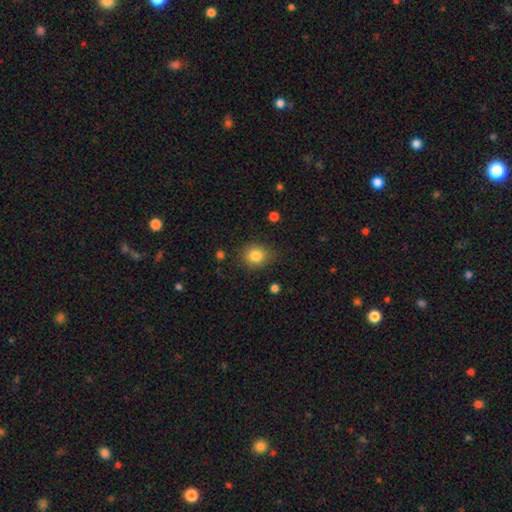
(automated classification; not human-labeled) Smooth or featured? Predicted: smooth (p=0.83). How rounded? Predicted: round (p=0.77). Merging? Predicted: none (p=0.82).